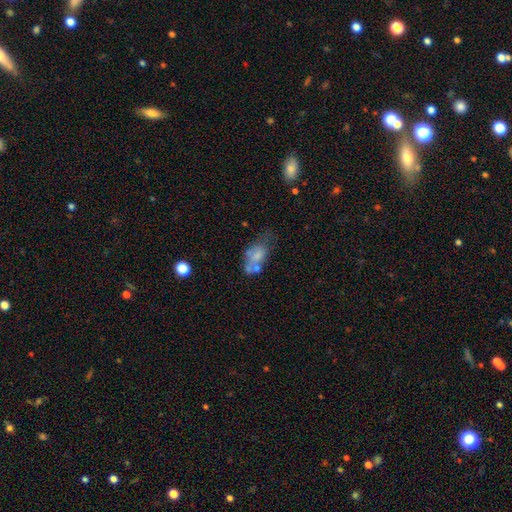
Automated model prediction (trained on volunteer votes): Smooth or featured? smooth (56%)
How rounded? in between (87%)
Merging? none (30%)